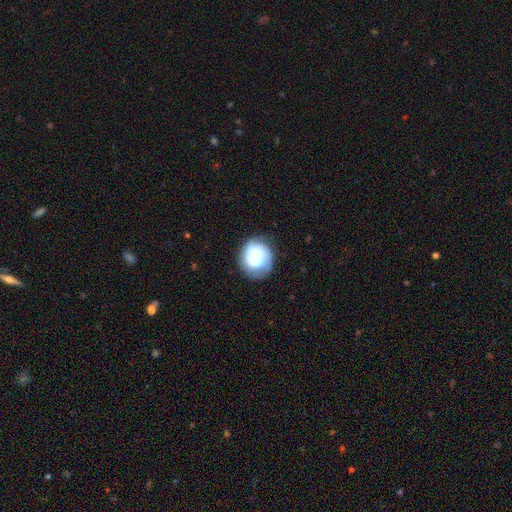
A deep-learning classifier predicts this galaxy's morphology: This is possibly a smooth galaxy (49%). Merging: possibly none (47%).